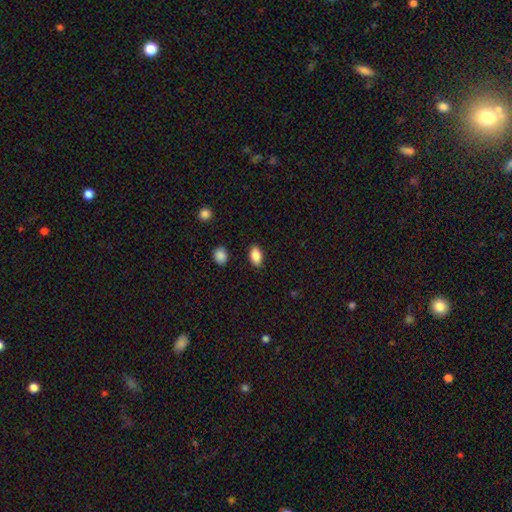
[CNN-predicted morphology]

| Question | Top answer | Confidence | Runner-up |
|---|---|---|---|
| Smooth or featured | smooth | 85% | star or artifact (8%) |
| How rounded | in between | 90% | round (6%) |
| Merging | none | 87% | minor disturbance (9%) |